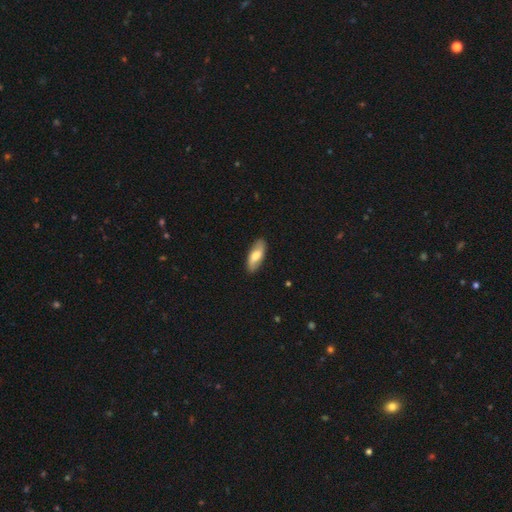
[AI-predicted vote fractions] The model was most divided on "smooth or featured": smooth: 61%, featured or disk: 33%, star or artifact: 5%. More confident: merging — none (87%); how rounded — in between (79%).